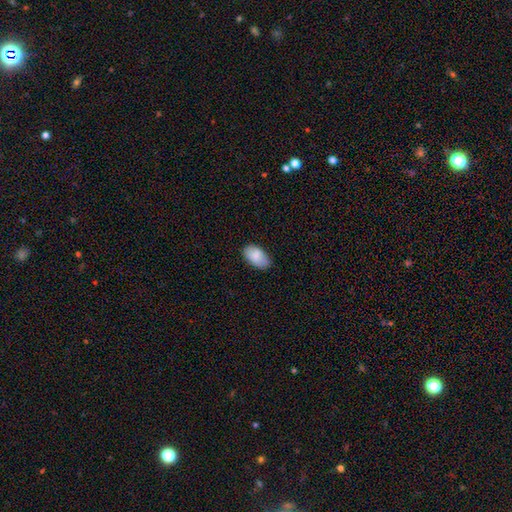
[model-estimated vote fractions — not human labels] smooth 87%, featured or disk 7%, star or artifact 6%. Down the decision tree: how rounded — in between (95%); merging — none (76%).